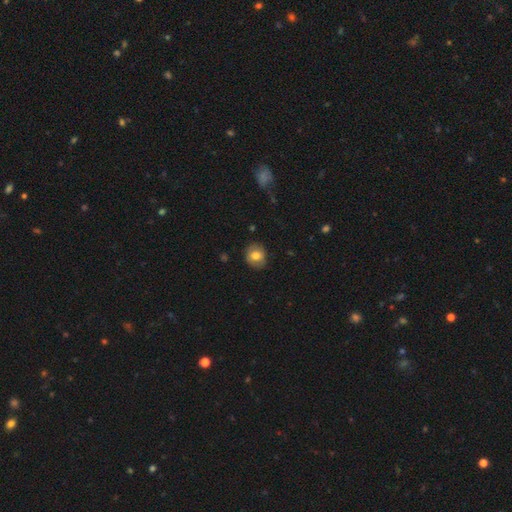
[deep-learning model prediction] A smooth galaxy with no disk features (74%) that is round (72%).

Vote fractions:
- Smooth or featured? smooth: 74% / featured or disk: 17% / star or artifact: 9%
- How rounded? round: 72% / in between: 27% / cigar-shaped: 1%
- Merging? none: 82% / minor disturbance: 14% / major disturbance: 3% / merger: 1%